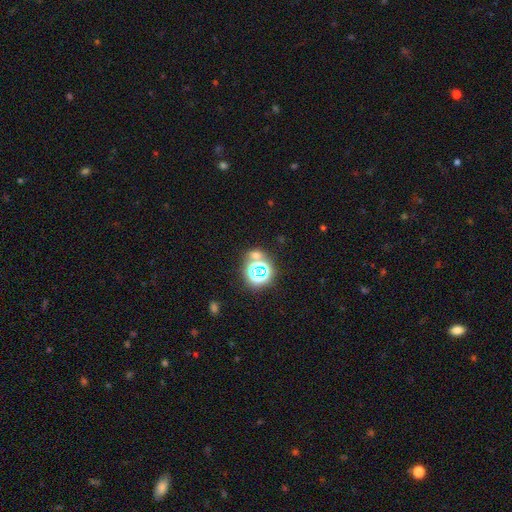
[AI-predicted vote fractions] The model was most divided on "smooth or featured": star or artifact: 47%, smooth: 43%, featured or disk: 10%.